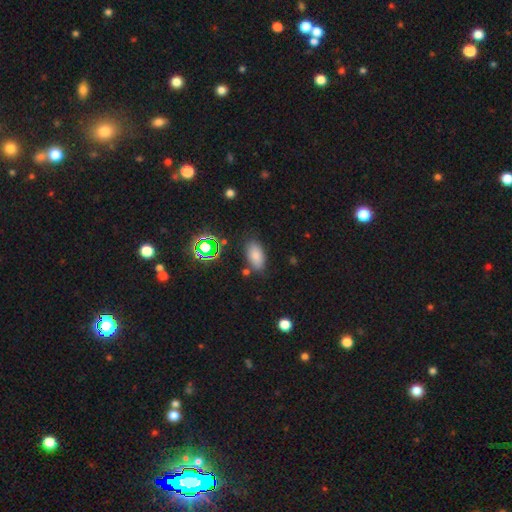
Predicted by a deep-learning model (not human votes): smooth 76%, star or artifact 16%, featured or disk 8%. Down the decision tree: how rounded — in between (91%); merging — none (79%).